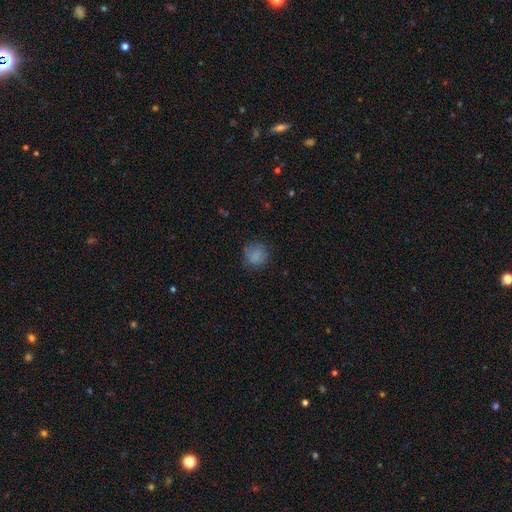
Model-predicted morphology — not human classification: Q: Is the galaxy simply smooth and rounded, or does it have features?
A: smooth — 81%.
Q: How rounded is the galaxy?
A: round — 85%.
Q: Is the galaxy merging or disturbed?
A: none — 76%.